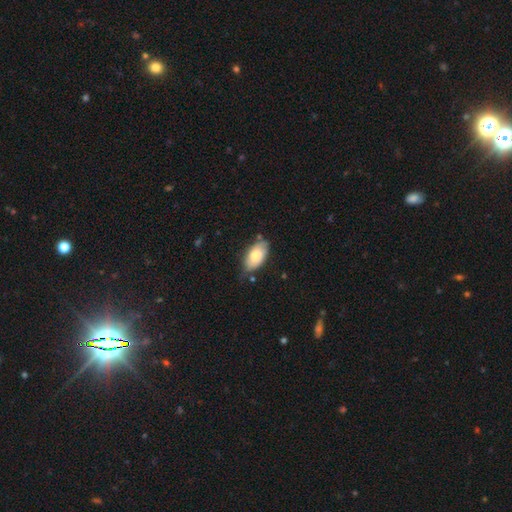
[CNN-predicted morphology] Smooth or featured?
  - smooth: 73% *
  - featured or disk: 20%
  - star or artifact: 6%
How rounded?
  - in between: 94% *
  - round: 3%
  - cigar-shaped: 3%
Merging?
  - none: 59% *
  - minor disturbance: 31%
  - major disturbance: 6%
  - merger: 4%